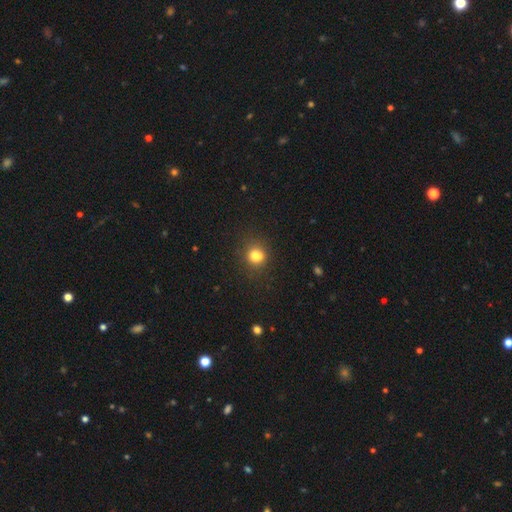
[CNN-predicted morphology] Smooth or featured? Predicted: smooth (p=0.77). How rounded? Predicted: round (p=0.73). Merging? Predicted: none (p=0.65).